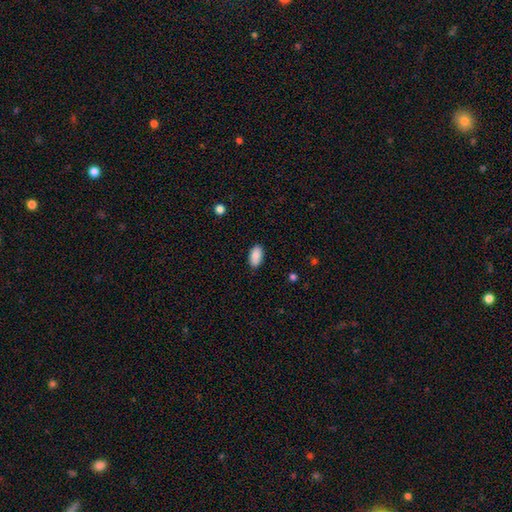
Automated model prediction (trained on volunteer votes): Smooth or featured? smooth (89%)
How rounded? in between (94%)
Merging? none (87%)